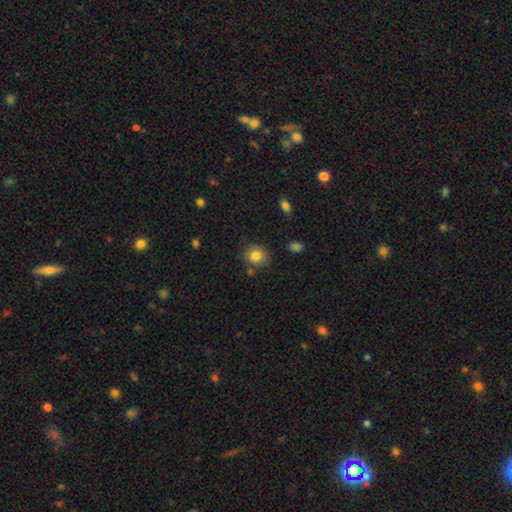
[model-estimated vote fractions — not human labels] Smooth or featured?
  - smooth: 82% *
  - star or artifact: 10%
  - featured or disk: 8%
How rounded?
  - round: 80% *
  - in between: 19%
  - cigar-shaped: 1%
Merging?
  - none: 80% *
  - minor disturbance: 12%
  - merger: 5%
  - major disturbance: 3%